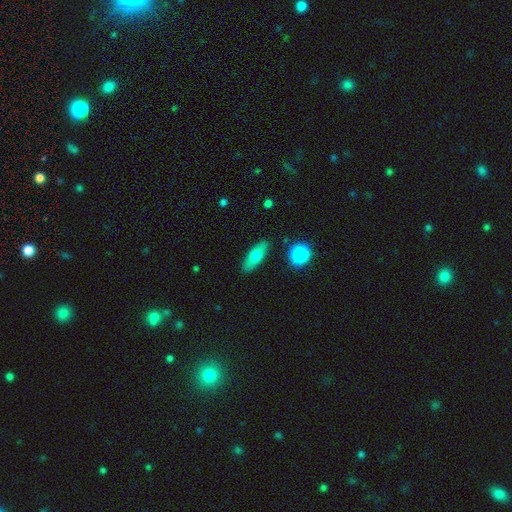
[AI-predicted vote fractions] smooth-or-featured: smooth: 69% | featured or disk: 23% | star or artifact: 8%
  how-rounded: in between: 68% | cigar-shaped: 27% | round: 5%
  merging: none: 87% | minor disturbance: 9% | major disturbance: 2% | merger: 2%